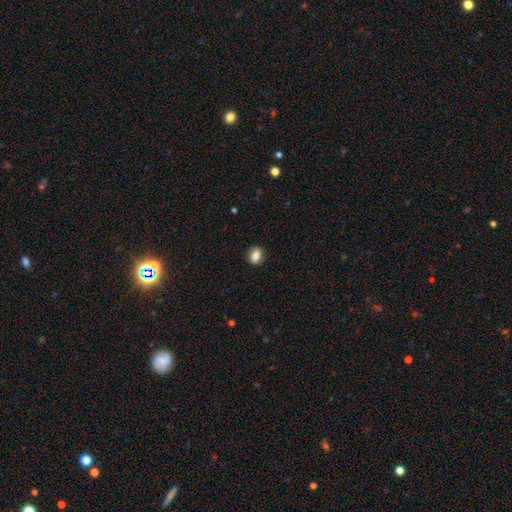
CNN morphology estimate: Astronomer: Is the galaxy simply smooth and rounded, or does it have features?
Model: smooth — 82%.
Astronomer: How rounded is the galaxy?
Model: in between — 52% (runner-up: round, 47%).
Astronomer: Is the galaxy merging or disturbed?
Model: none — 88%.